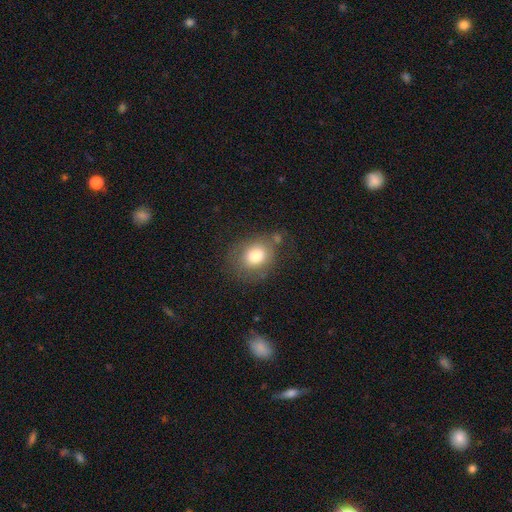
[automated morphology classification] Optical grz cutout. It shows a smooth galaxy with no disk features (77%) that is round (55%). Merging: none (65%).